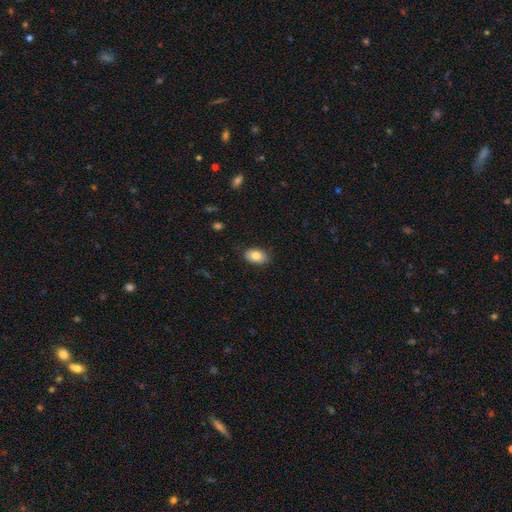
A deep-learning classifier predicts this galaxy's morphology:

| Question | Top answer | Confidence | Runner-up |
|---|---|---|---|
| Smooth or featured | smooth | 82% | featured or disk (10%) |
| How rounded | in between | 90% | round (9%) |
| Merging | none | 85% | minor disturbance (12%) |